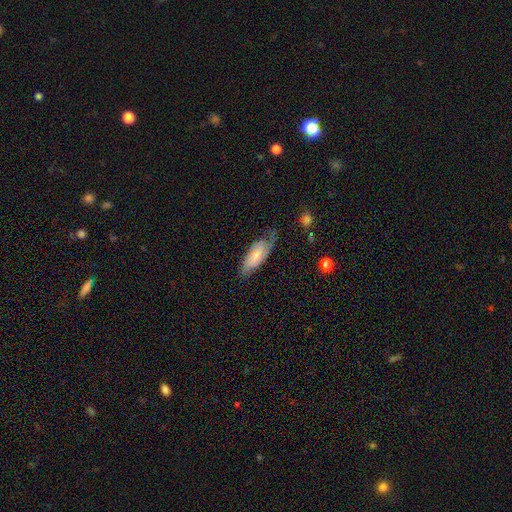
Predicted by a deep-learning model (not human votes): featured or disk 58%, smooth 35%, star or artifact 6%. Down the decision tree: edge-on disk — no (87%); bar — no (57%); spiral arms — yes (87%); bulge size — small (47%); merging — none (54%).